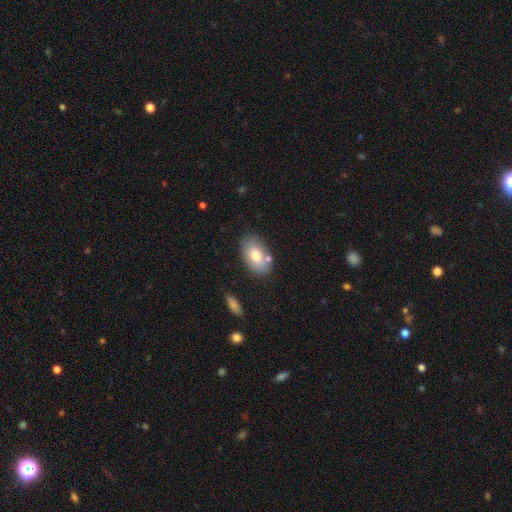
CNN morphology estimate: This appears to be a smooth galaxy with no disk features (74%) that is in between round and cigar-shaped (91%). Merging: none (72%).